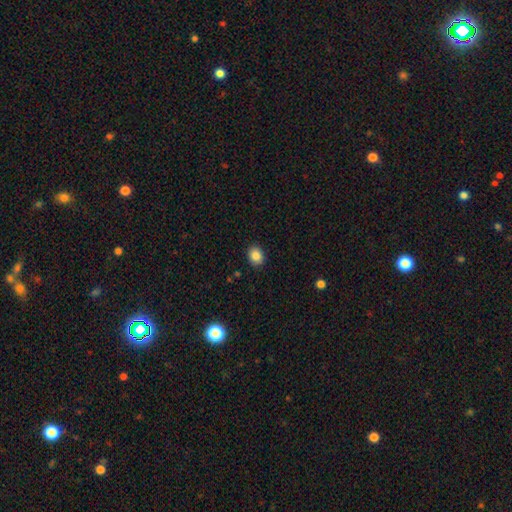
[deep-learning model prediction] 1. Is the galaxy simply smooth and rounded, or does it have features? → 85% smooth, 9% star or artifact, 5% featured or disk.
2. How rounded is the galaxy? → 54% round, 45% in between, 1% cigar-shaped.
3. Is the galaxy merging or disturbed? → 90% none, 7% minor disturbance, 2% major disturbance, 1% merger.